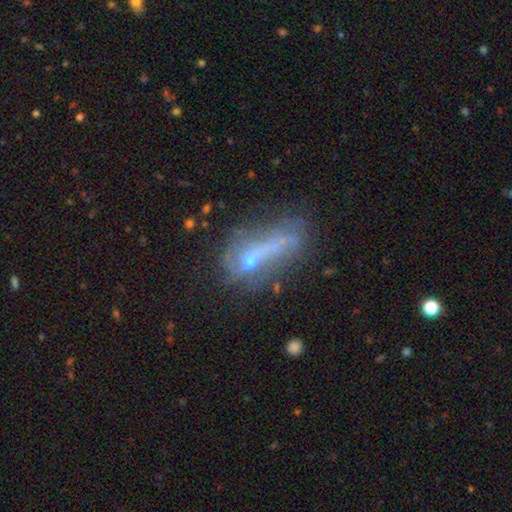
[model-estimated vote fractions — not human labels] Overall: featured or disk (50%; smooth 34%). Edge-on disk: no (81%). Merging: major disturbance (35%; none 28%).